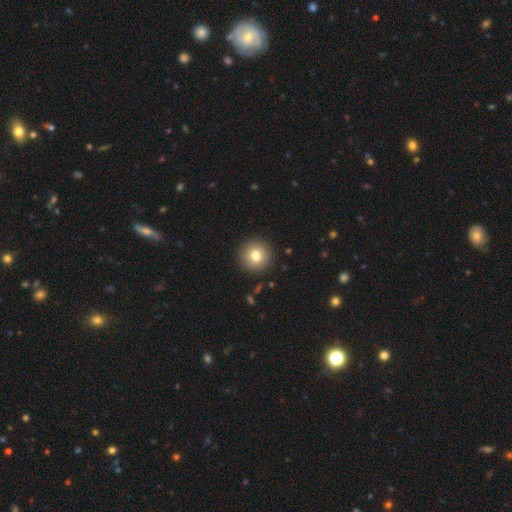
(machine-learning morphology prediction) smooth-or-featured: smooth: 79% | featured or disk: 10% | star or artifact: 10%
  how-rounded: round: 96% | in between: 3% | cigar-shaped: 1%
  merging: none: 91% | minor disturbance: 5% | major disturbance: 2% | merger: 1%